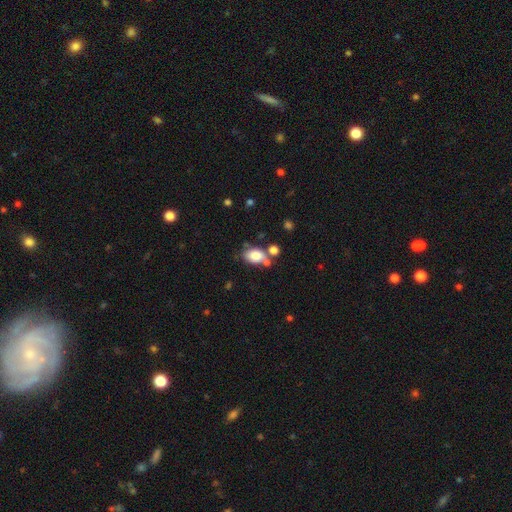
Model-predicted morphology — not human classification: Smooth or featured?
  - smooth: 81% *
  - featured or disk: 10%
  - star or artifact: 9%
How rounded?
  - in between: 83% *
  - round: 15%
  - cigar-shaped: 2%
Merging?
  - none: 51% *
  - merger: 24%
  - minor disturbance: 19%
  - major disturbance: 7%